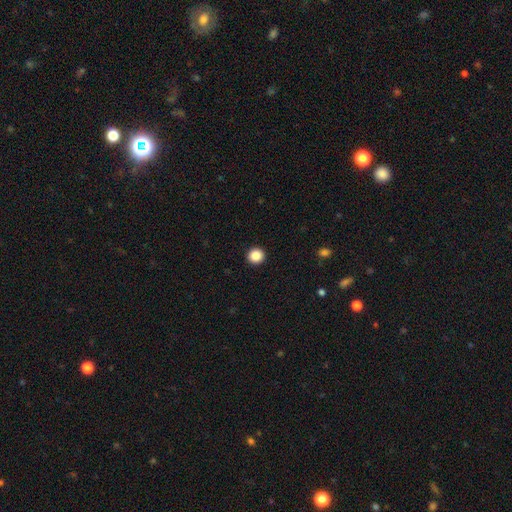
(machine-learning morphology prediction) type=smooth (87%); roundness=round (94%); merging=none (94%).